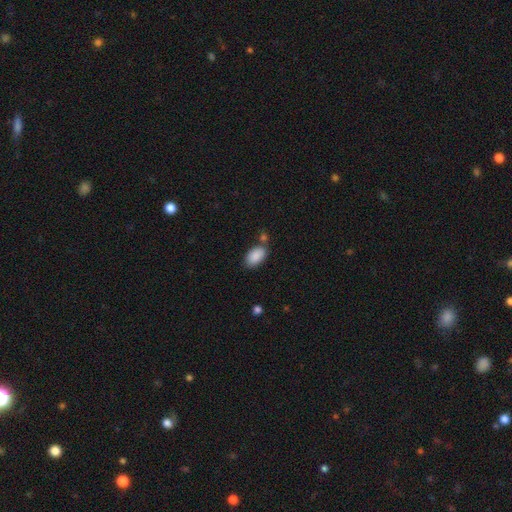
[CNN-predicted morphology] smooth-or-featured: smooth: 89% | star or artifact: 7% | featured or disk: 4%
  how-rounded: in between: 94% | round: 4% | cigar-shaped: 2%
  merging: none: 71% | minor disturbance: 14% | merger: 11% | major disturbance: 4%